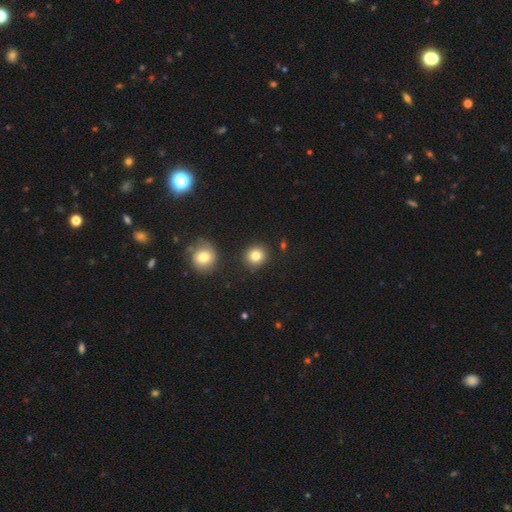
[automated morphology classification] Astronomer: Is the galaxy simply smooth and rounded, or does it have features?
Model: smooth — 83%.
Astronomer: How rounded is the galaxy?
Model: round — 88%.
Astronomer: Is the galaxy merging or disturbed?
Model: none — 87%.